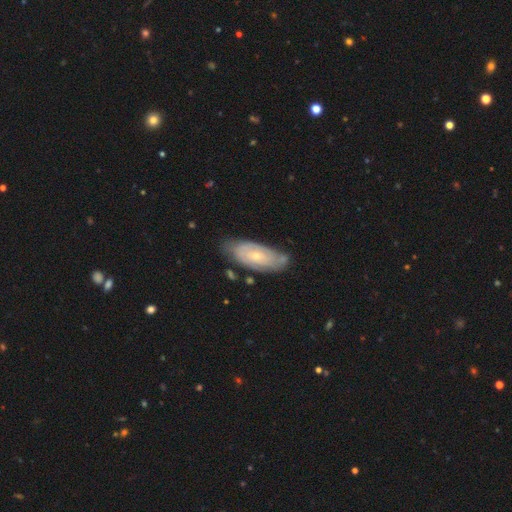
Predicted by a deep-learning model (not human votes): featured or disk 61%, smooth 33%, star or artifact 6%. Down the decision tree: edge-on disk — no (89%); bar — no (75%); spiral arms — yes (72%); bulge size — small (69%); merging — none (69%).